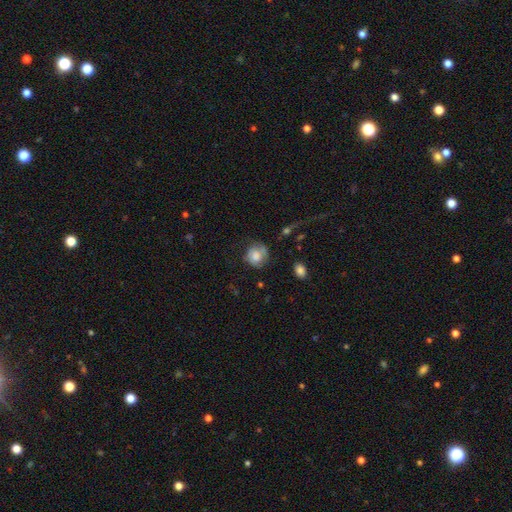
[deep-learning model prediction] smooth_or_featured: smooth (p=0.69) [alt: featured or disk p=0.22]
how_rounded: round (p=0.80) [alt: in between p=0.19]
merging: none (p=0.57) [alt: minor disturbance p=0.26]